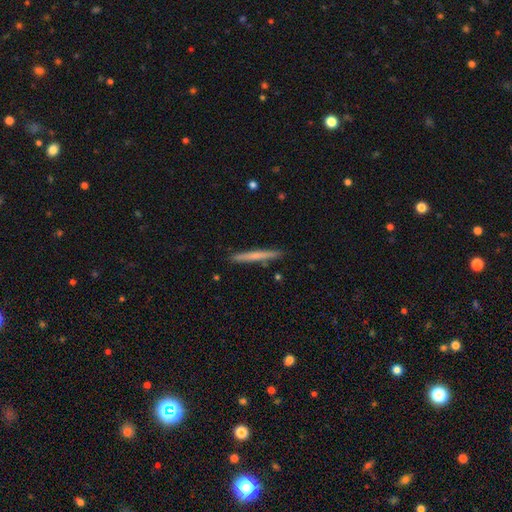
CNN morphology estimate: smooth_or_featured: smooth (p=0.61) [alt: featured or disk p=0.34]
how_rounded: cigar-shaped (p=0.97) [alt: in between p=0.02]
merging: none (p=0.90) [alt: minor disturbance p=0.07]